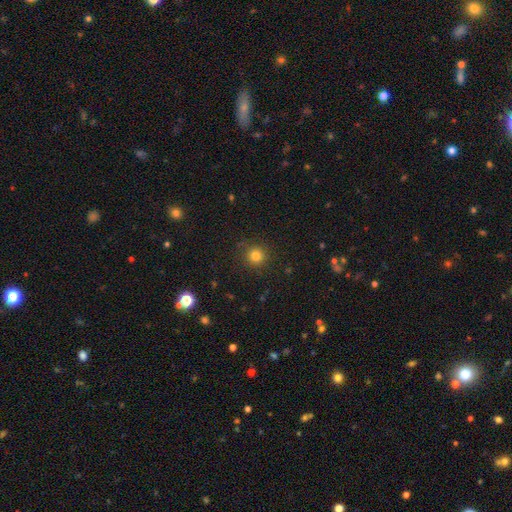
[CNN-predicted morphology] smooth 80%, star or artifact 14%, featured or disk 5%. Down the decision tree: how rounded — round (94%); merging — none (89%).